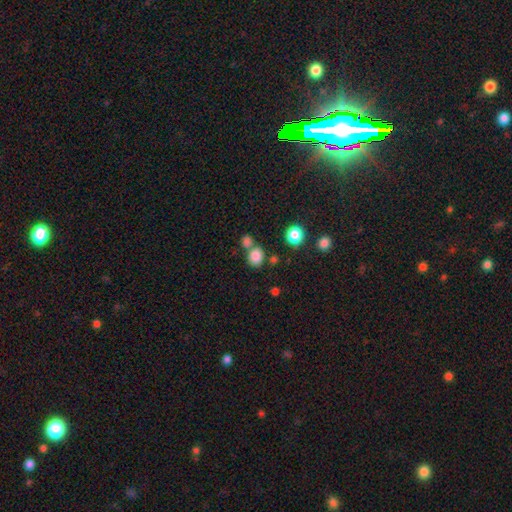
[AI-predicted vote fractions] A smooth galaxy with no disk features (82%) that is round (62%). Merging: none (56%).